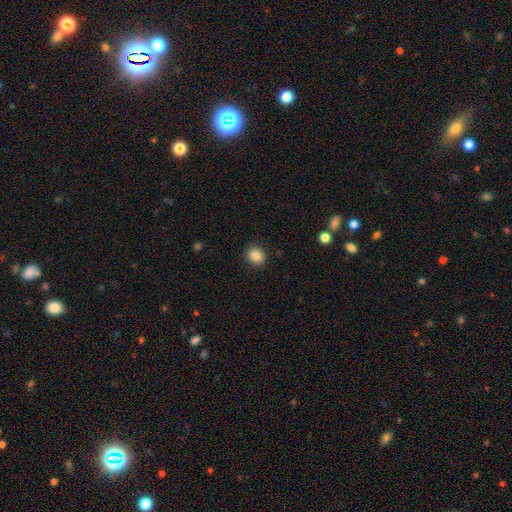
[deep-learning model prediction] Overall: smooth (84%). How rounded: round (72%). Merging: none (90%).